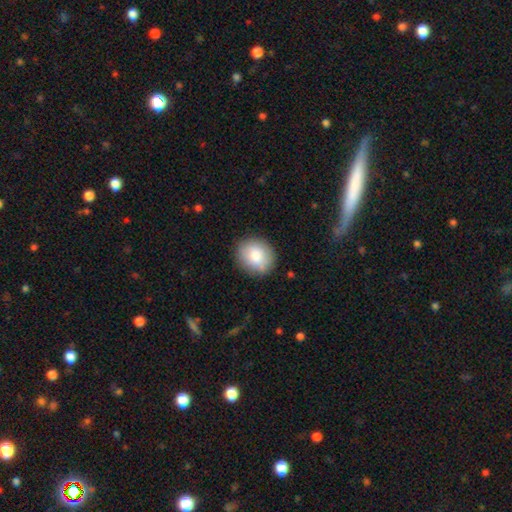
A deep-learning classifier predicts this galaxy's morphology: type=smooth (81%); roundness=round (73%); merging=none (84%).